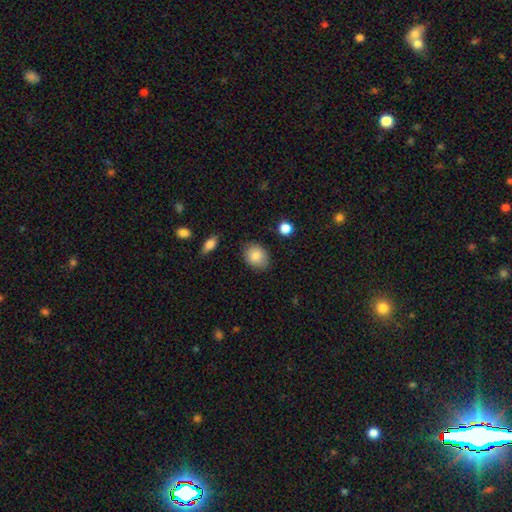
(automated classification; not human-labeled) smooth 84%, featured or disk 8%, star or artifact 8%. Down the decision tree: how rounded — in between (54%); merging — none (82%).